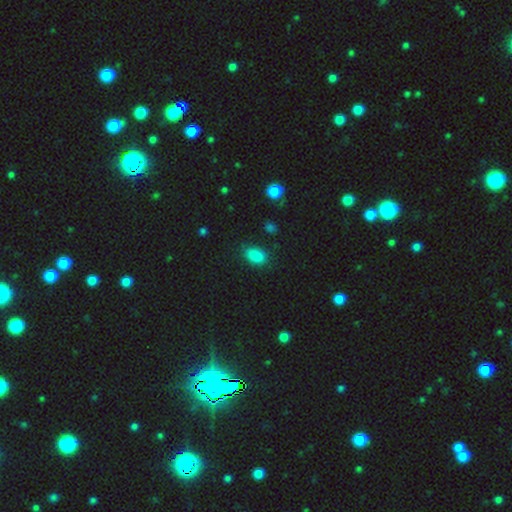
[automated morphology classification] type=smooth (86%); roundness=in between (89%); merging=none (80%).